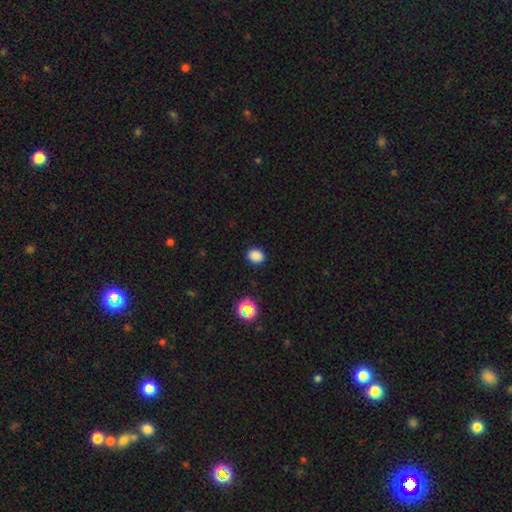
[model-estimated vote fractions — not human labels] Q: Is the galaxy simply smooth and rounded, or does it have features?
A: smooth — 85%.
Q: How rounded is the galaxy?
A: in between — 51%.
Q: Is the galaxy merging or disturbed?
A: none — 89%.